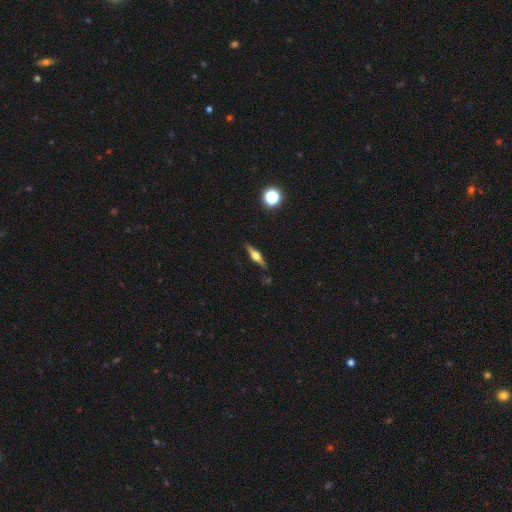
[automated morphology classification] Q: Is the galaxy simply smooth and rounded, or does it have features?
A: featured or disk — 71%.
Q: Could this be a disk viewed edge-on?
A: yes — 97%.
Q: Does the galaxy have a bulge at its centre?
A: rounded — 92%.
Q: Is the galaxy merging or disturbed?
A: none — 86%.